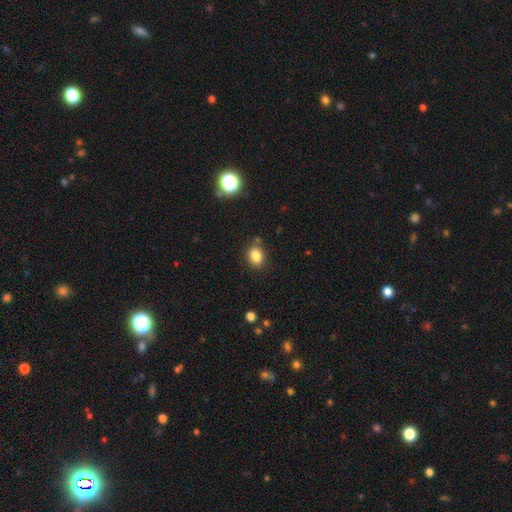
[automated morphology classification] Smooth or featured: smooth — 84% (star or artifact — 11%)
How rounded: in between — 65% (round — 34%)
Merging: none — 80% (minor disturbance — 12%)